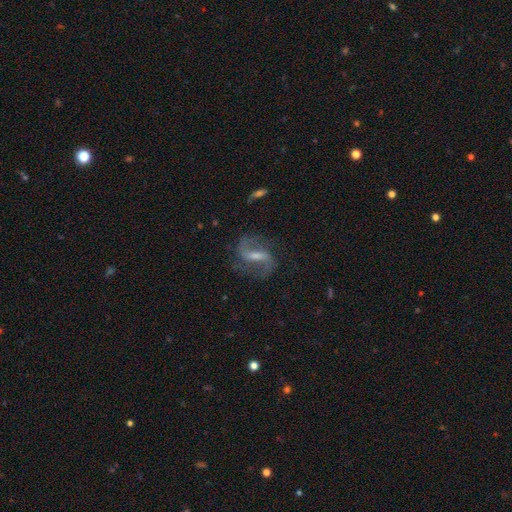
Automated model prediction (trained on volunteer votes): smooth-or-featured: featured or disk: 86% | smooth: 7% | star or artifact: 7%
  disk-edge-on: no: 95% | yes: 5%
    bar: strong: 49% | weak: 40% | no: 11%
    has-spiral-arms: yes: 95% | no: 5%
      spiral-winding: medium: 45% | loose: 44% | tight: 11%
      spiral-arm-count: 2: 91% | can't tell: 3% | 1: 2% | 3: 1% | 4: 1% | more than 4: 1%
    bulge-size: small: 44% | moderate: 36% | none: 15% | large: 4% | dominant: 1%
  merging: none: 77% | minor disturbance: 14% | major disturbance: 8% | merger: 2%